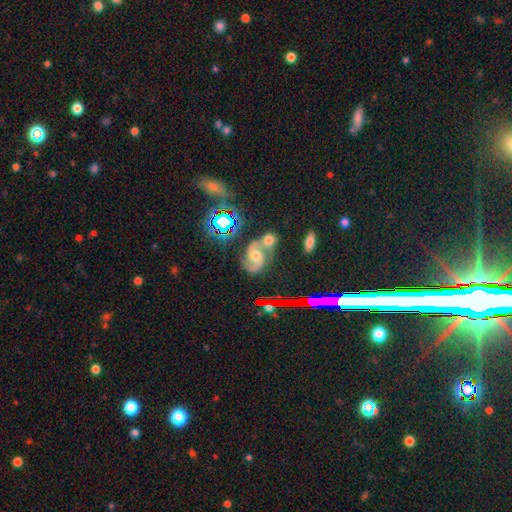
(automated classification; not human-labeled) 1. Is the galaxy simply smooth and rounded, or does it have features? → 69% featured or disk, 16% star or artifact, 15% smooth.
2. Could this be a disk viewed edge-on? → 96% no, 4% yes.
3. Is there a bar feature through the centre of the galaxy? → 57% no, 33% weak, 10% strong.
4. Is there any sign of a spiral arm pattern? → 91% yes, 9% no.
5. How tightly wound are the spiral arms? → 52% medium, 32% loose, 17% tight.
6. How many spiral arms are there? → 89% 2, 4% can't tell, 3% 1, 2% 3, 1% 4, 1% more than 4.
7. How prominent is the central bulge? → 68% moderate, 18% small, 10% large, 2% none, 2% dominant.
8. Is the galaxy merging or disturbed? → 41% none, 40% merger, 12% minor disturbance, 7% major disturbance.